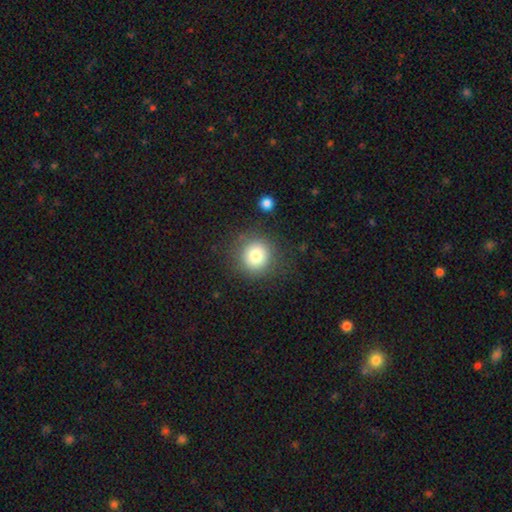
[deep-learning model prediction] Smooth or featured?
  - smooth: 78% *
  - star or artifact: 11%
  - featured or disk: 11%
How rounded?
  - round: 93% *
  - in between: 6%
  - cigar-shaped: 1%
Merging?
  - none: 84% *
  - minor disturbance: 9%
  - major disturbance: 4%
  - merger: 3%